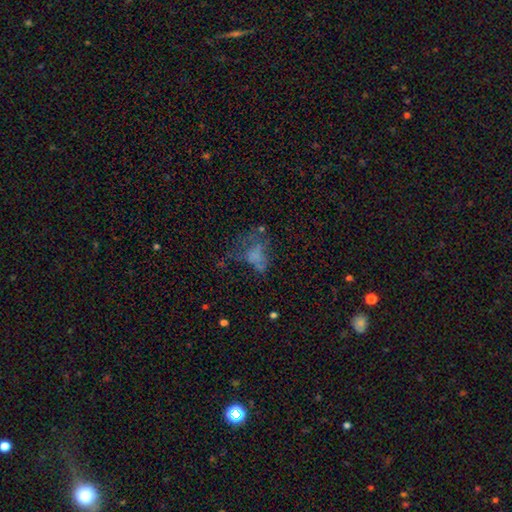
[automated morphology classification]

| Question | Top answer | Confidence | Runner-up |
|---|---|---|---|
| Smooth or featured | smooth | 42% | featured or disk (35%) |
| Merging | major disturbance | 44% | none (30%) |